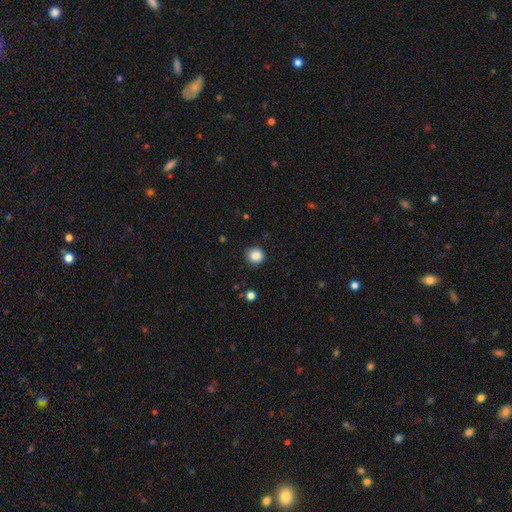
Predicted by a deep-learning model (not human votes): Morphology: type=smooth (86%); roundness=round (93%); merging=none (89%).